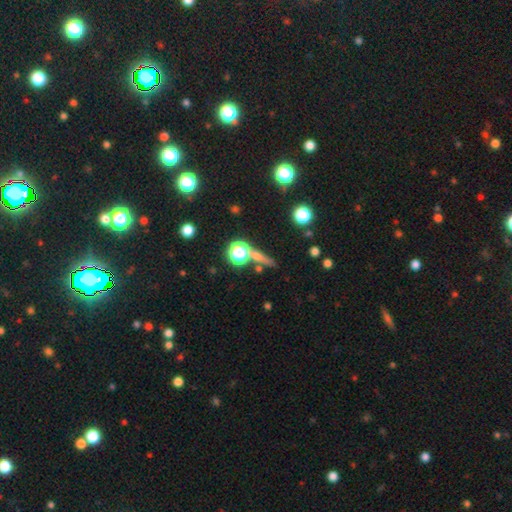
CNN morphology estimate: smooth 44%, featured or disk 28%, star or artifact 27%. Down the decision tree: merging — none (70%).